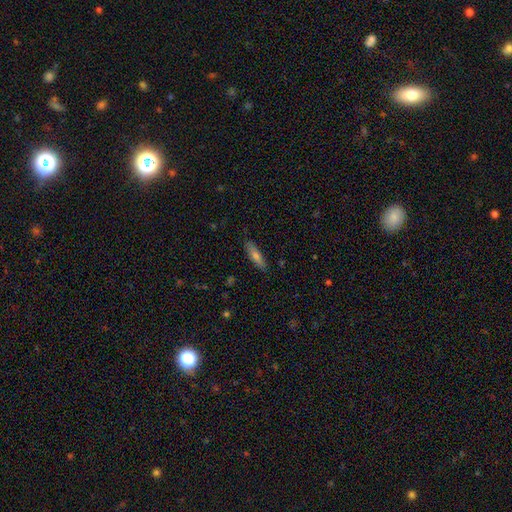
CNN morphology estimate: smooth-or-featured: smooth: 63% | featured or disk: 29% | star or artifact: 8%
  how-rounded: cigar-shaped: 73% | in between: 25% | round: 2%
  merging: none: 87% | minor disturbance: 10% | major disturbance: 2% | merger: 1%